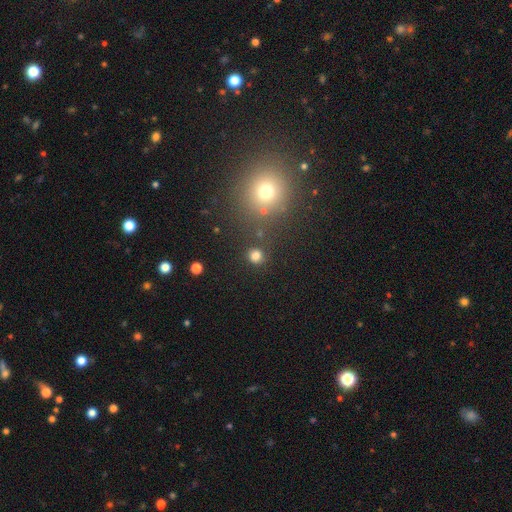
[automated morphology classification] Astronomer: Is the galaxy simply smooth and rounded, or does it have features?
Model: smooth — 79%.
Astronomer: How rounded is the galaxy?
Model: round — 88%.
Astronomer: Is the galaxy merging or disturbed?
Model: none — 84%.